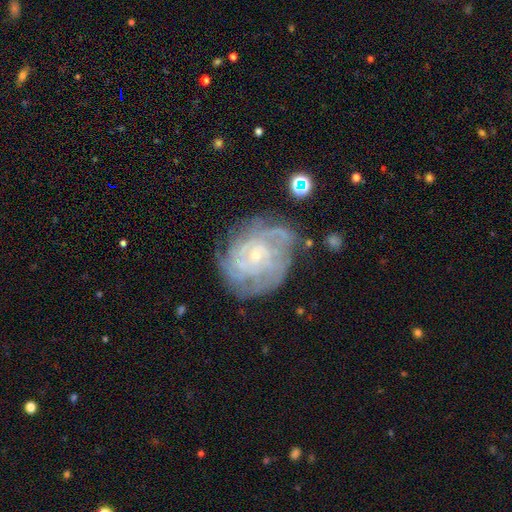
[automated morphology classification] featured or disk 83%, smooth 10%, star or artifact 7%. Down the decision tree: edge-on disk — no (97%); bar — no (75%); spiral arms — yes (93%); spiral arm count — can't tell (36%); spiral winding — tight (72%); bulge size — small (80%); merging — none (68%).